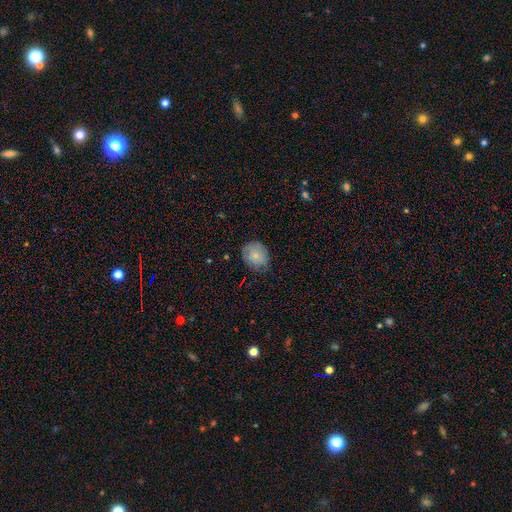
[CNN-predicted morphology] type=smooth (73%); roundness=round (58%); merging=none (72%).